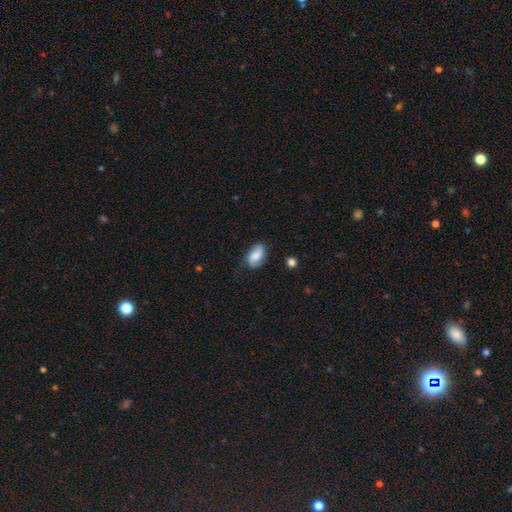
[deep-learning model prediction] This is likely a smooth galaxy (66%). How rounded: clearly in between (91%). Merging: likely none (72%).